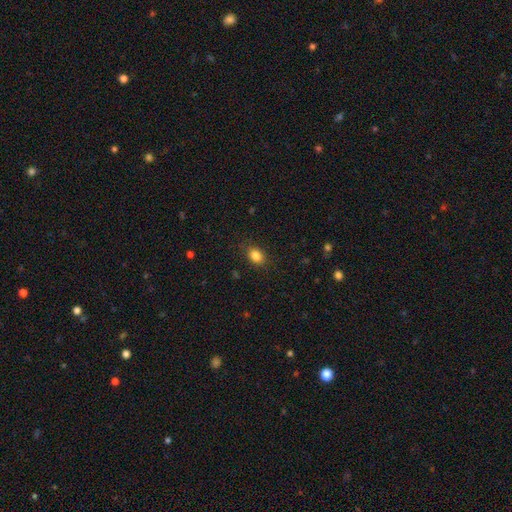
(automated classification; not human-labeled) Overall: smooth (85%). How rounded: in between (67%; round 31%). Merging: none (85%).